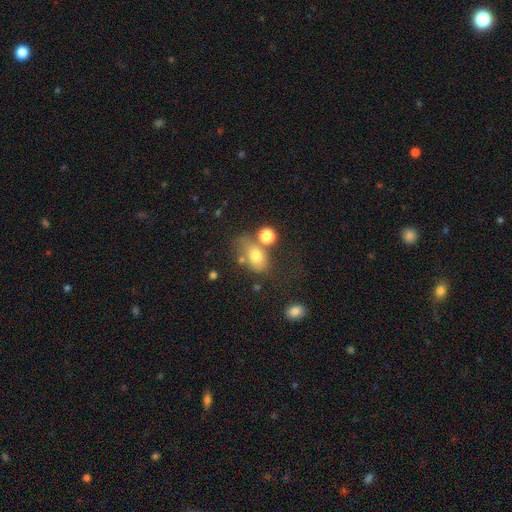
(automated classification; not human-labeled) Smooth or featured?
  - smooth: 72% *
  - featured or disk: 16%
  - star or artifact: 12%
How rounded?
  - in between: 74% *
  - round: 24%
  - cigar-shaped: 2%
Merging?
  - none: 42% *
  - merger: 22%
  - minor disturbance: 21%
  - major disturbance: 15%